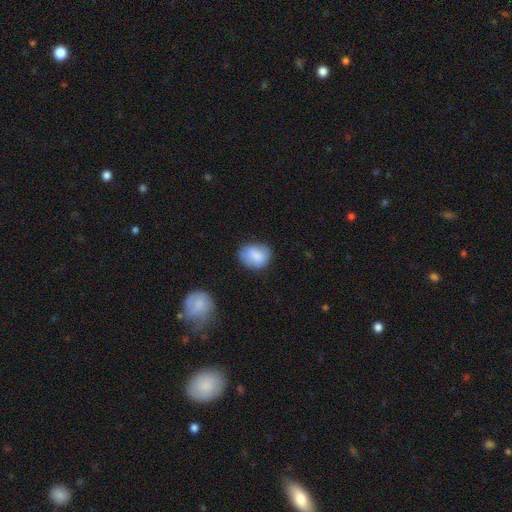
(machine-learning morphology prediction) smooth_or_featured: smooth (p=0.82) [alt: featured or disk p=0.11]
how_rounded: in between (p=0.55) [alt: round p=0.44]
merging: none (p=0.70) [alt: minor disturbance p=0.23]